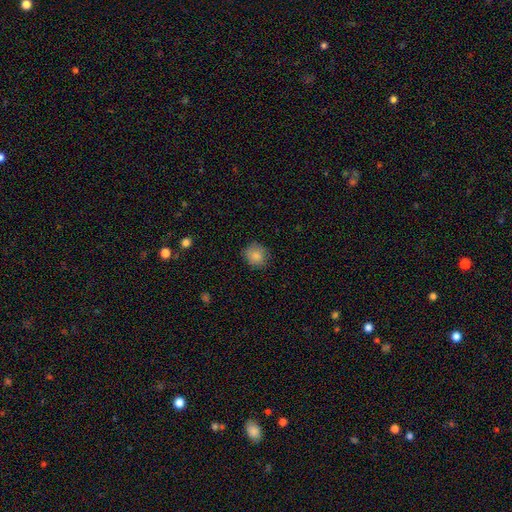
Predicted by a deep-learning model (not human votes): The model was most divided on "how rounded": round: 82%, in between: 17%, cigar-shaped: 1%. More confident: smooth or featured — smooth (85%); merging — none (82%).